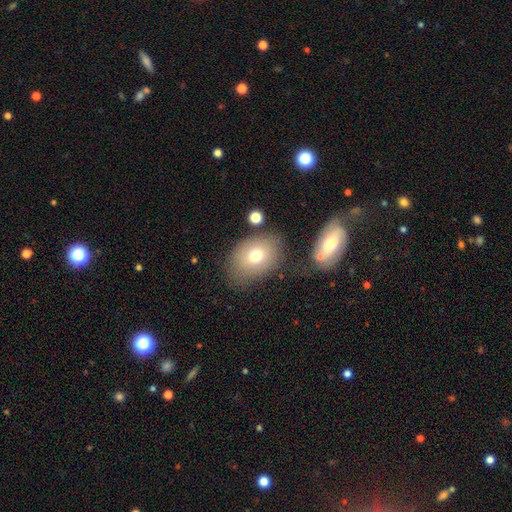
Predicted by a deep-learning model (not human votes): smooth_or_featured: smooth (p=0.72) [alt: featured or disk p=0.17]
how_rounded: in between (p=0.71) [alt: round p=0.28]
merging: none (p=0.68) [alt: minor disturbance p=0.17]